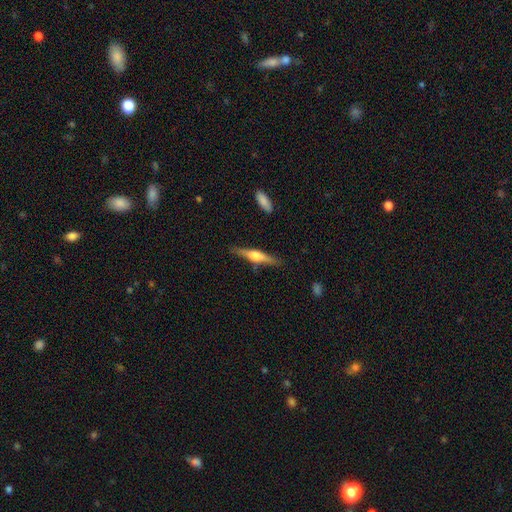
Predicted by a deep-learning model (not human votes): Smooth or featured?
  - featured or disk: 64% *
  - smooth: 31%
  - star or artifact: 6%
Edge-on disk?
  - yes: 97% *
  - no: 3%
Edge-on bulge?
  - rounded: 89% *
  - boxy: 8%
  - none: 3%
Merging?
  - none: 86% *
  - minor disturbance: 10%
  - major disturbance: 2%
  - merger: 2%